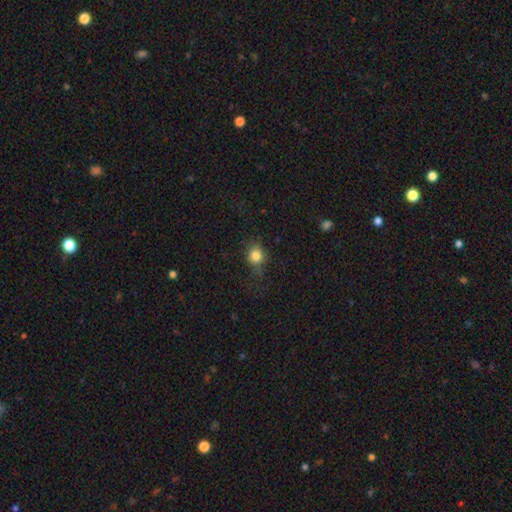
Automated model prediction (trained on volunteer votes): Q: Smooth or featured?
A: smooth (81%); runner-up: star or artifact (12%)
Q: How rounded?
A: round (73%); runner-up: in between (26%)
Q: Merging?
A: none (71%); runner-up: minor disturbance (19%)